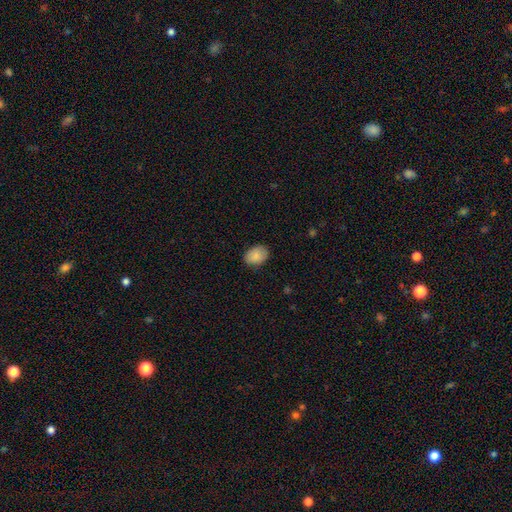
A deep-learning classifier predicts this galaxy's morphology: This is clearly a smooth galaxy (87%). How rounded: likely in between (75%). Merging: clearly none (83%).